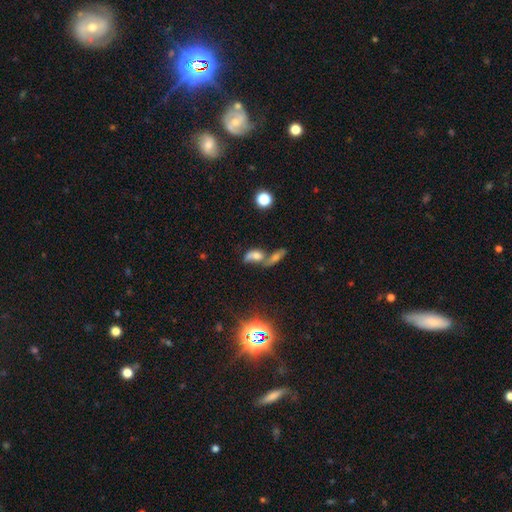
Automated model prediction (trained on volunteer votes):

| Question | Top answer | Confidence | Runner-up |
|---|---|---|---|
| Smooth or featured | smooth | 42% | featured or disk (39%) |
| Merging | merger | 71% | none (14%) |